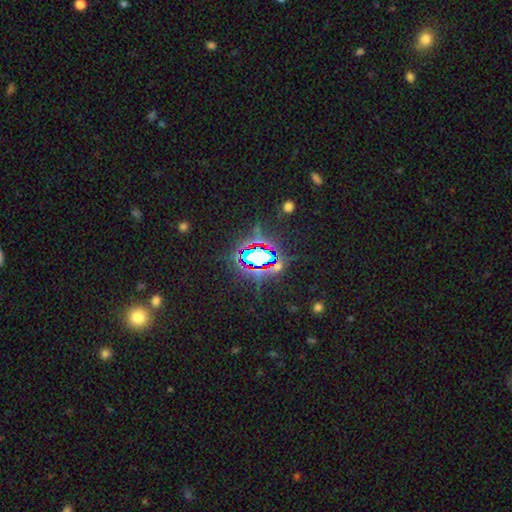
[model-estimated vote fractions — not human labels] A star or artifact, not a galaxy (77%).